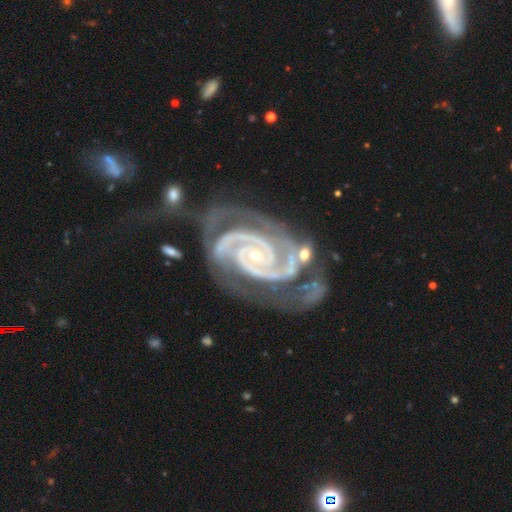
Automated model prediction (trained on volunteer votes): This appears to be a featured or disk galaxy (95%) with no bar (58%), 2 (82%) tight (77%) spiral arms (99%) and a small central bulge (77%). Merging: none (49%).